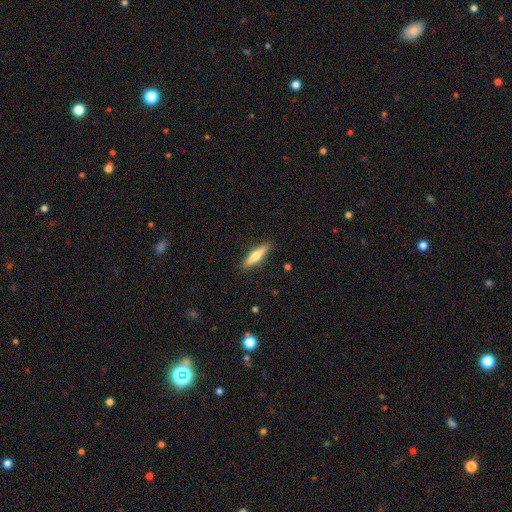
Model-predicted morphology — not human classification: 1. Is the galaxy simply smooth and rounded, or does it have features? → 61% smooth, 34% featured or disk, 6% star or artifact.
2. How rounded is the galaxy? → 76% cigar-shaped, 22% in between, 2% round.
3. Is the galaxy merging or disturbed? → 89% none, 8% minor disturbance, 2% major disturbance, 1% merger.